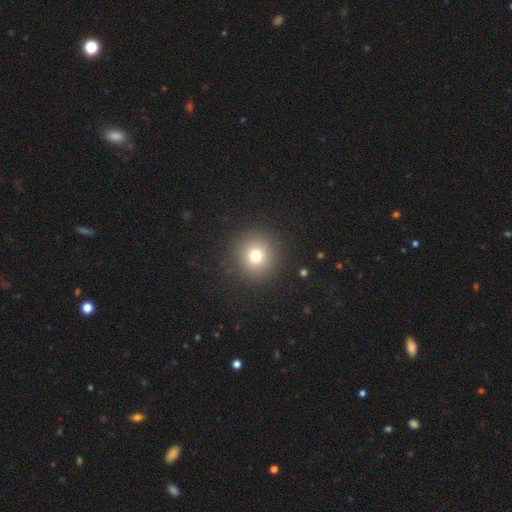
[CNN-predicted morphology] A smooth galaxy with no disk features (74%) that is round (95%). Merging: none (91%).